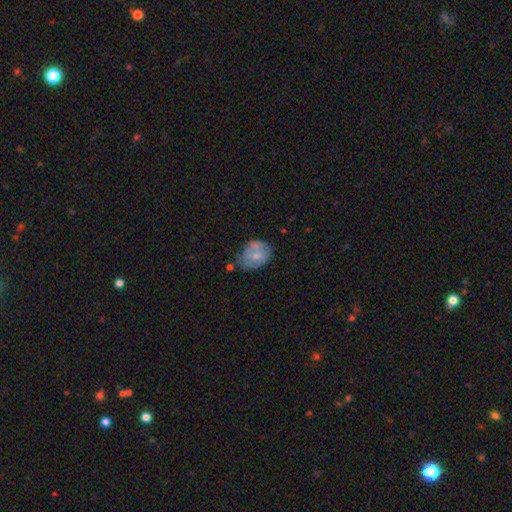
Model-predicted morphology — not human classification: A smooth galaxy with no disk features (58%) that is in between round and cigar-shaped (65%). Merging: none (48%).